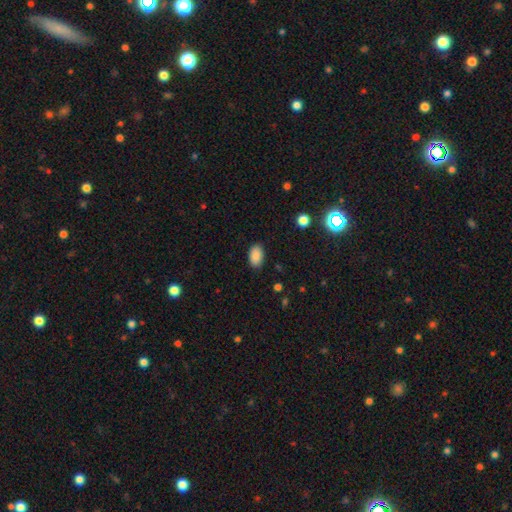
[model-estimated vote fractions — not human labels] This is clearly a smooth galaxy (88%). How rounded: clearly in between (92%). Merging: clearly none (87%).